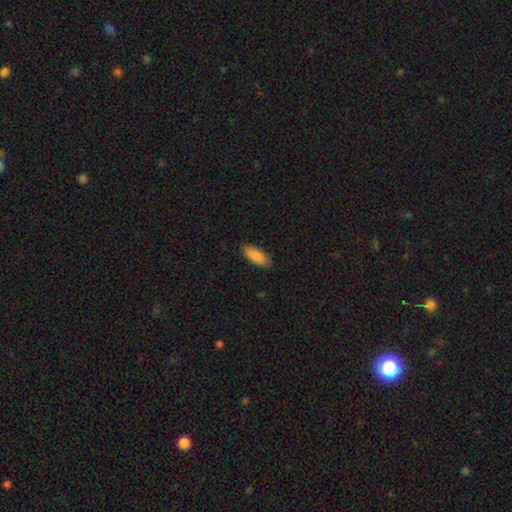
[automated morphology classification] Q: Smooth or featured?
A: smooth (86%); runner-up: featured or disk (8%)
Q: How rounded?
A: in between (78%); runner-up: cigar-shaped (20%)
Q: Merging?
A: none (88%); runner-up: minor disturbance (9%)